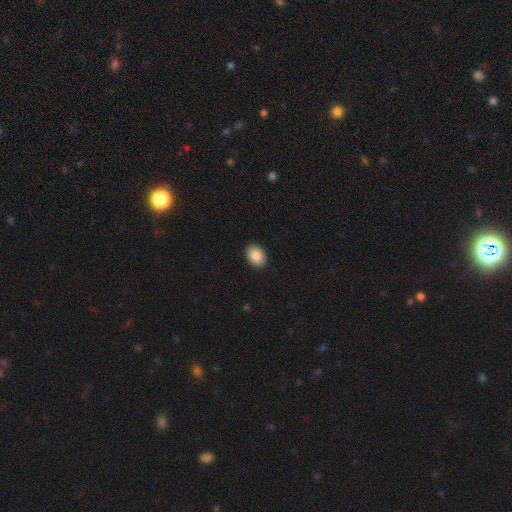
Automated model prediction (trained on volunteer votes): Q: Smooth or featured?
A: smooth (89%); runner-up: star or artifact (7%)
Q: How rounded?
A: in between (77%); runner-up: round (22%)
Q: Merging?
A: none (90%); runner-up: minor disturbance (7%)